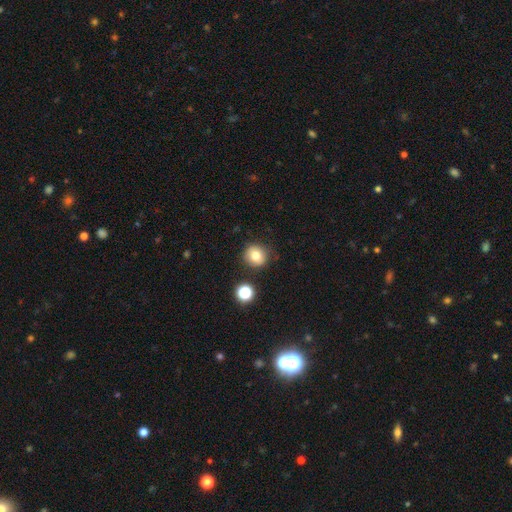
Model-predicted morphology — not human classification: Smooth or featured?
  - smooth: 77% *
  - star or artifact: 13%
  - featured or disk: 10%
How rounded?
  - round: 86% *
  - in between: 13%
  - cigar-shaped: 1%
Merging?
  - none: 82% *
  - minor disturbance: 11%
  - merger: 4%
  - major disturbance: 3%